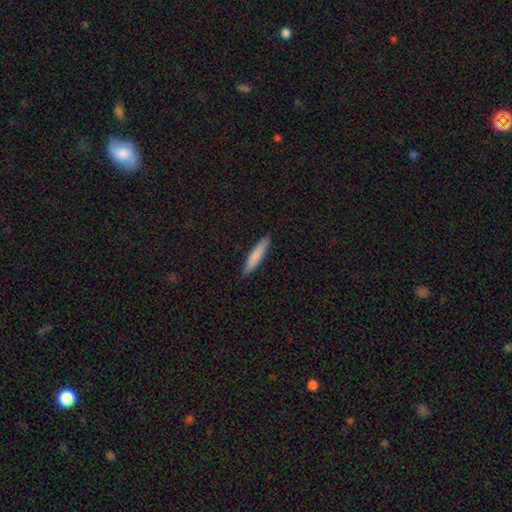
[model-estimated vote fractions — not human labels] Smooth or featured? Predicted: smooth (p=0.78). How rounded? Predicted: cigar-shaped (p=0.90). Merging? Predicted: none (p=0.90).